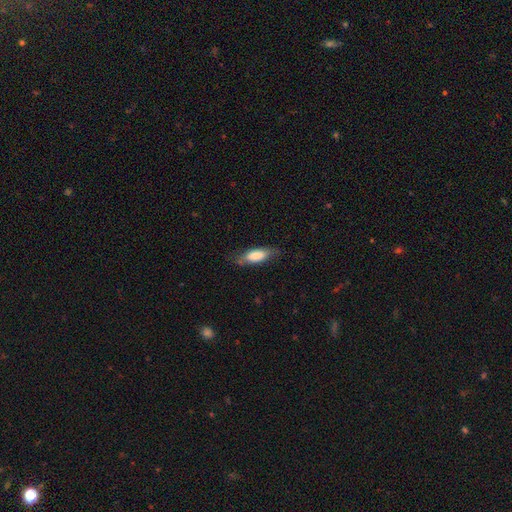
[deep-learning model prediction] Morphology: type=smooth (76%); roundness=in between (65%); merging=none (71%).